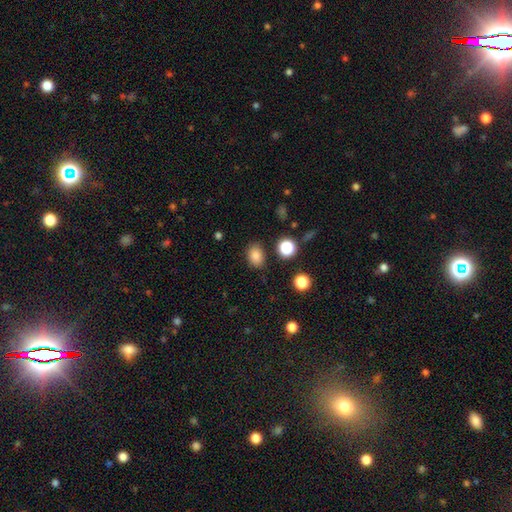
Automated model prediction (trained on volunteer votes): Smooth or featured? smooth (82%)
How rounded? in between (67%)
Merging? none (84%)